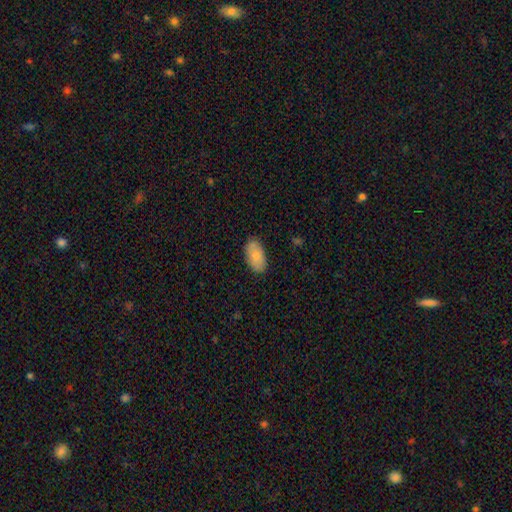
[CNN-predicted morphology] This appears to be a smooth galaxy with no disk features (78%) that is in between round and cigar-shaped (94%). Merging: none (81%).